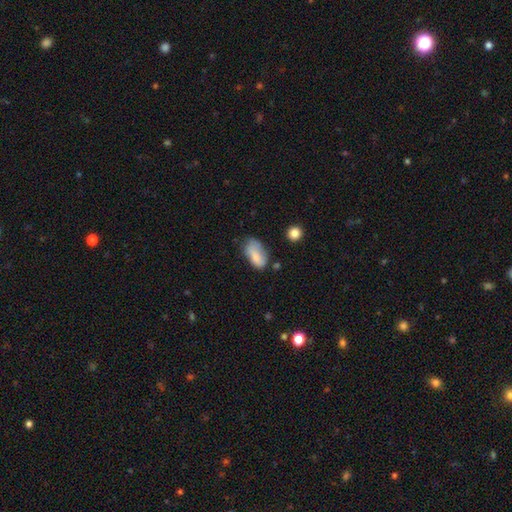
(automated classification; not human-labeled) Smooth or featured? Predicted: smooth (p=0.79). How rounded? Predicted: in between (p=0.91). Merging? Predicted: none (p=0.45).